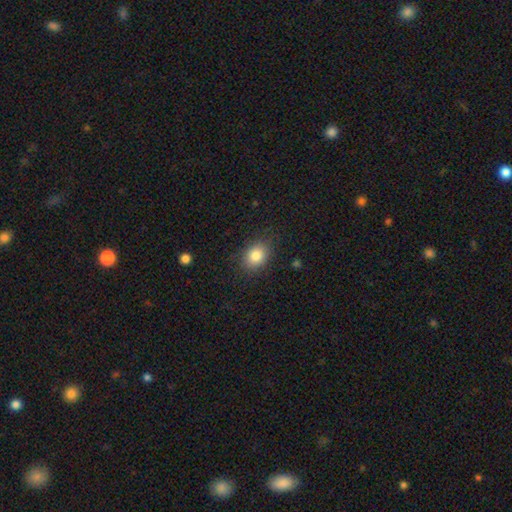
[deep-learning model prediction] smooth_or_featured: smooth (p=0.84) [alt: star or artifact p=0.09]
how_rounded: in between (p=0.62) [alt: round p=0.37]
merging: none (p=0.84) [alt: minor disturbance p=0.12]